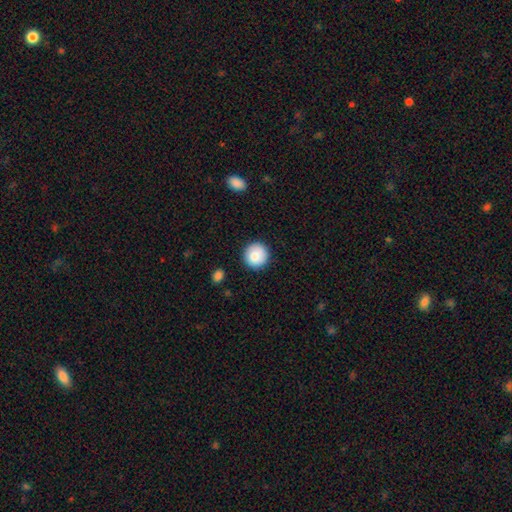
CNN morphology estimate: This appears to be a smooth galaxy with no disk features (85%) that is round (95%). Merging: none (88%).